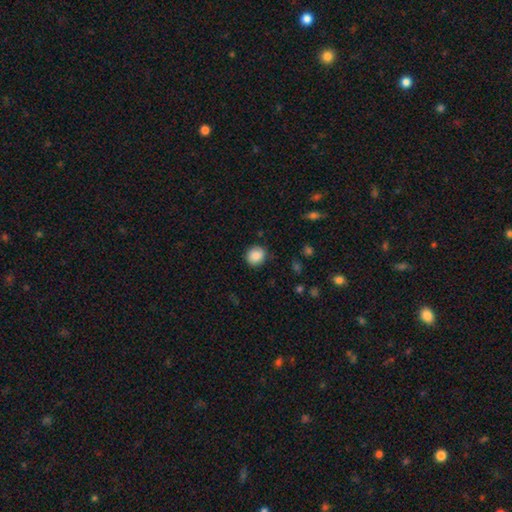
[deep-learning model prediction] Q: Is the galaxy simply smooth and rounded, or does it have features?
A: smooth — 87%.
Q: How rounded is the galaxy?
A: round — 77%.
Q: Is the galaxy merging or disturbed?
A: none — 85%.